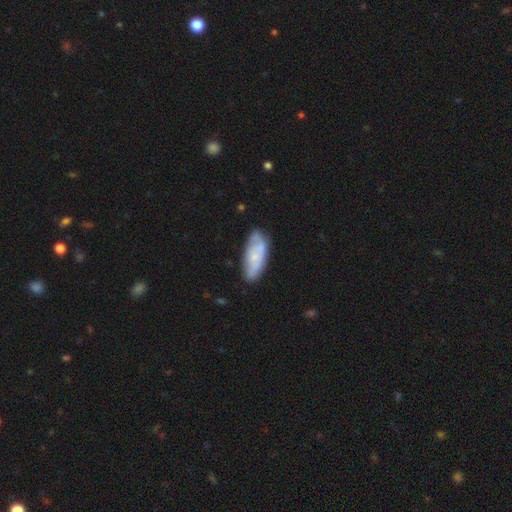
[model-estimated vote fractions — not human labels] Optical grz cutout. It shows a smooth galaxy with no disk features (51%) that is in between round and cigar-shaped (77%). Merging: none (68%).